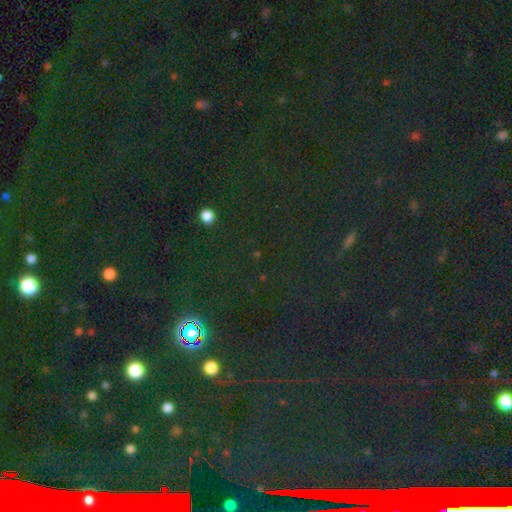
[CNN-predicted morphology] Smooth or featured: star or artifact — 78% (smooth — 14%)